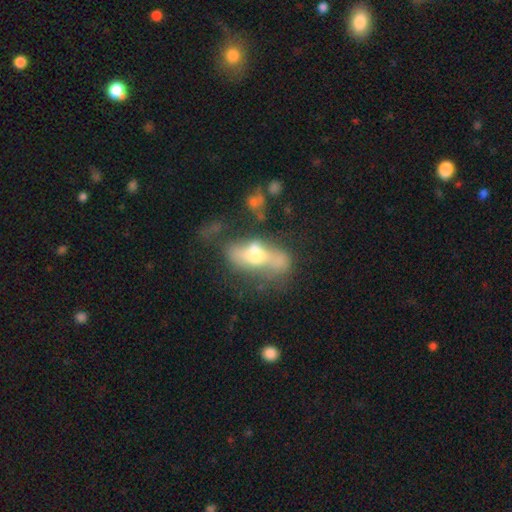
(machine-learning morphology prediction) Overall: featured or disk (58%; smooth 33%). Edge-on disk: no (71%). Merging: none (36%; major disturbance 26%).